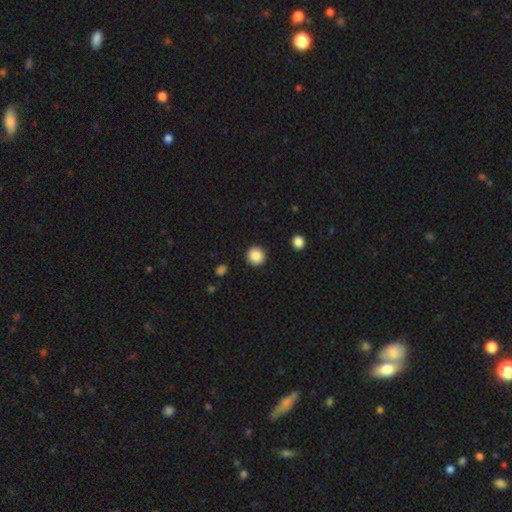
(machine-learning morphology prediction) Smooth or featured? Predicted: smooth (p=0.88). How rounded? Predicted: round (p=0.93). Merging? Predicted: none (p=0.91).